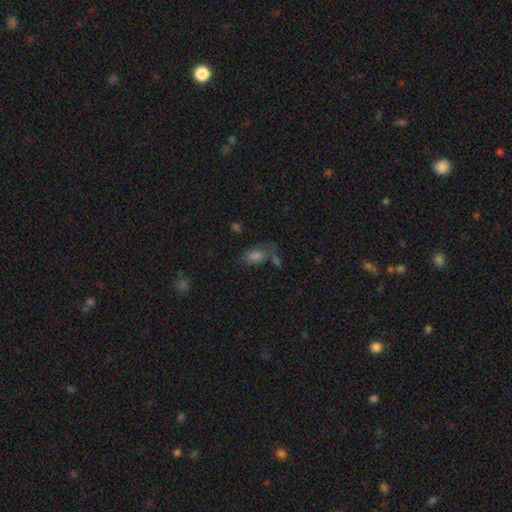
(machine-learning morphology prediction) type=smooth (68%); roundness=in between (86%); merging=none (48%).